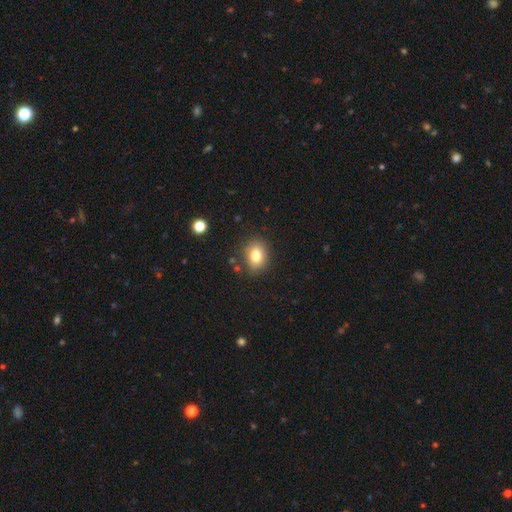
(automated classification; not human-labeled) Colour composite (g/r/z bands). It shows a smooth galaxy with no disk features (80%) that is in between round and cigar-shaped (61%). Merging: none (82%).